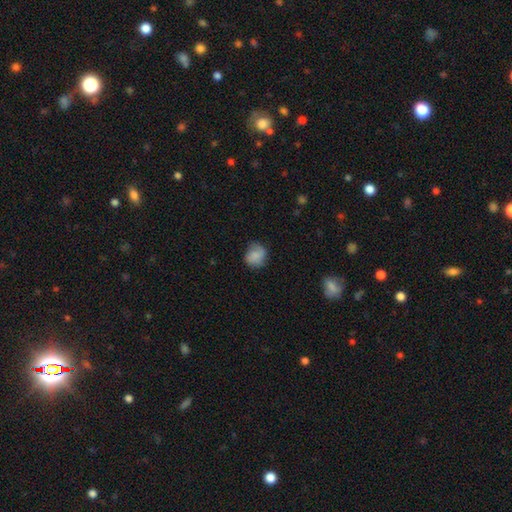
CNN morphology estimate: This is likely a smooth galaxy (77%). How rounded: likely round (75%). Merging: likely none (66%).